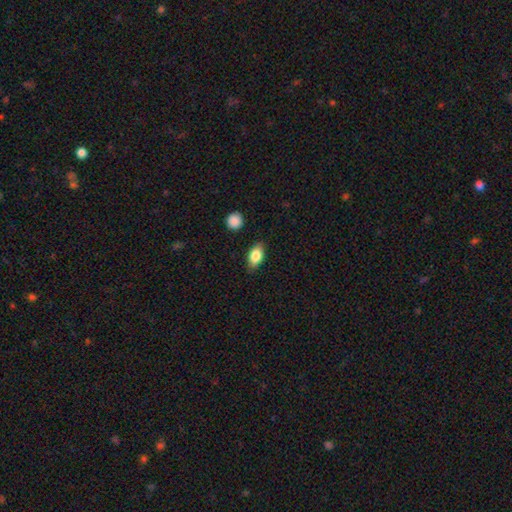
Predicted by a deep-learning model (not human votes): smooth-or-featured: smooth: 82% | featured or disk: 11% | star or artifact: 7%
  how-rounded: in between: 87% | round: 8% | cigar-shaped: 5%
  merging: none: 84% | minor disturbance: 12% | major disturbance: 3% | merger: 2%